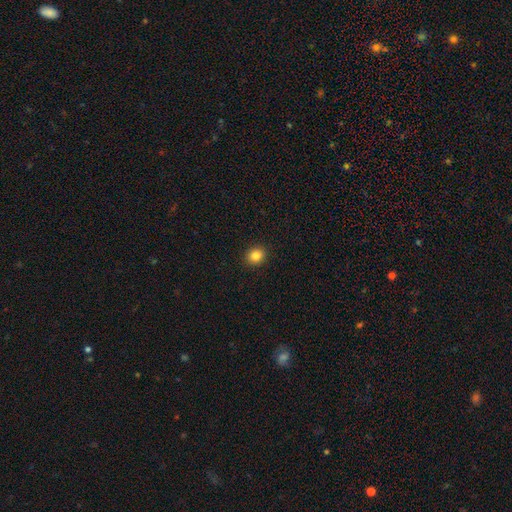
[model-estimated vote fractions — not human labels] This appears to be a smooth galaxy with no disk features (84%) that is round (72%). Merging: none (92%).